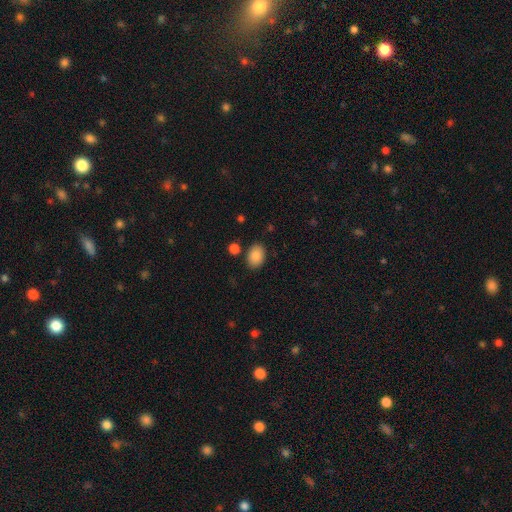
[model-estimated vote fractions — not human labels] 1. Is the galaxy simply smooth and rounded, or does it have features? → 87% smooth, 8% star or artifact, 5% featured or disk.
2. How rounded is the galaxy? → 78% in between, 21% round, 1% cigar-shaped.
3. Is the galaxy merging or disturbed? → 84% none, 10% minor disturbance, 4% merger, 3% major disturbance.